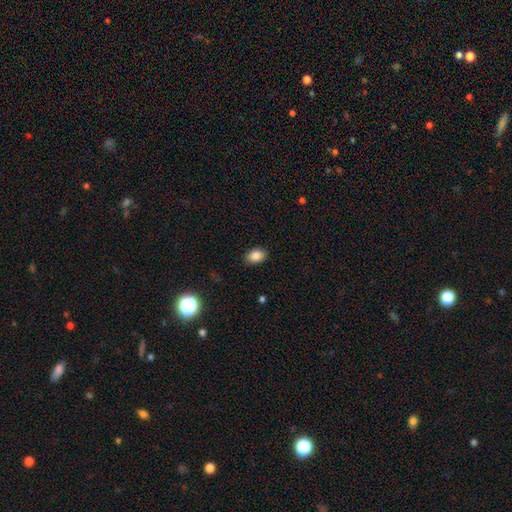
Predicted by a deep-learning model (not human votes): Smooth or featured? smooth (86%)
How rounded? in between (82%)
Merging? none (87%)